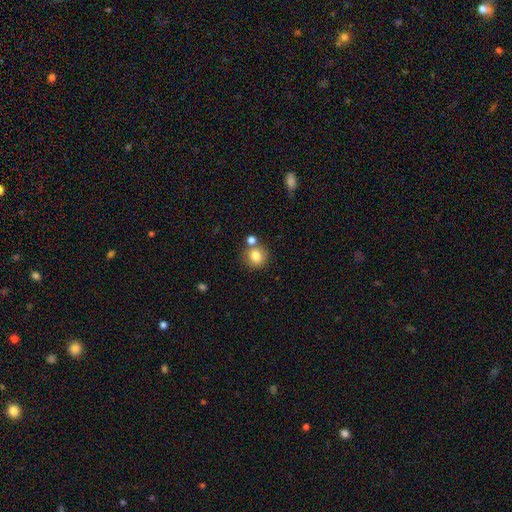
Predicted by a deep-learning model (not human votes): Morphology: type=smooth (80%); roundness=round (88%); merging=none (69%).